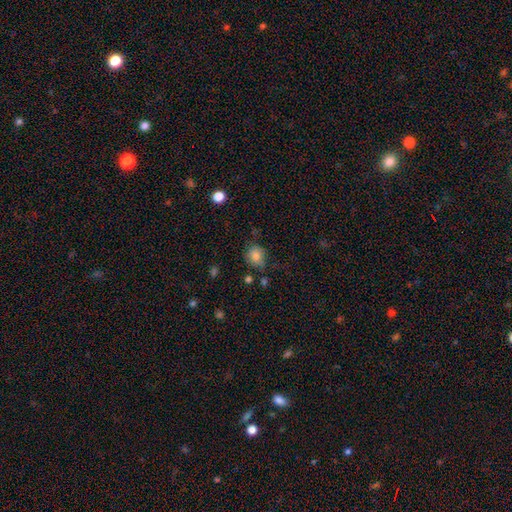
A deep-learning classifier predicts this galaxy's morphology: Smooth or featured: smooth — 83% (star or artifact — 10%)
How rounded: round — 72% (in between — 27%)
Merging: none — 68% (minor disturbance — 22%)